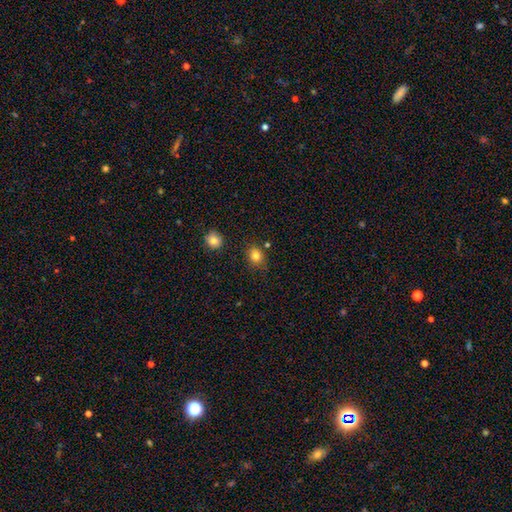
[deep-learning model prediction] Overall: smooth (81%). How rounded: round (70%). Merging: none (80%).